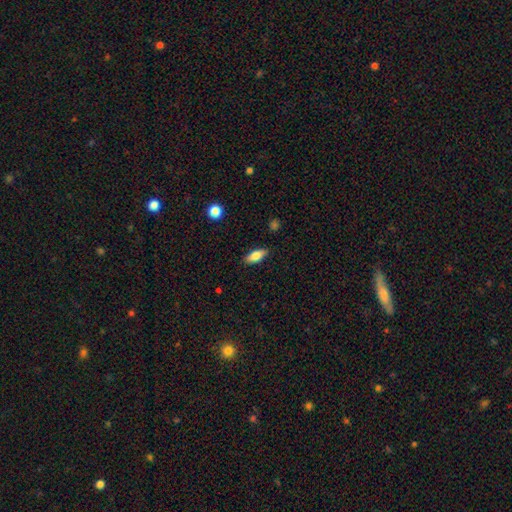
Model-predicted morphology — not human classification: Overall: smooth (76%). How rounded: in between (78%). Merging: none (84%).